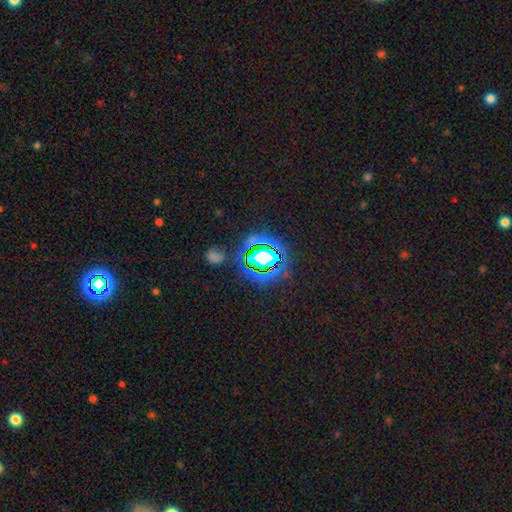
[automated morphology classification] smooth_or_featured: star or artifact (p=0.75) [alt: smooth p=0.16]